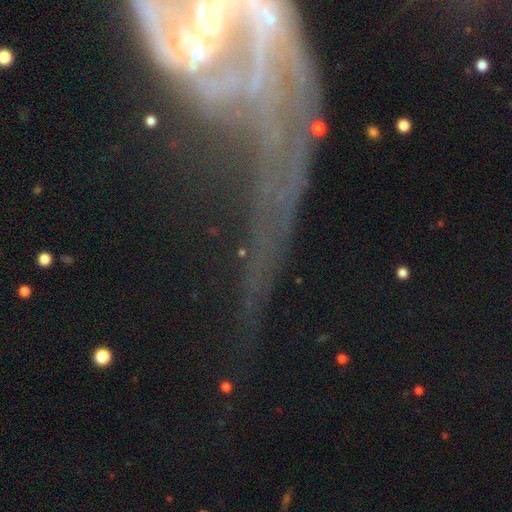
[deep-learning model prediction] A featured or disk galaxy (72%) with no bar (41%), spiral arms (73%) and a small central bulge (48%).

Vote fractions:
- Smooth or featured? featured or disk: 72% / star or artifact: 17% / smooth: 11%
- Edge-on disk? no: 86% / yes: 14%
- Bar? no: 41% / strong: 30% / weak: 29%
- Spiral arms? yes: 73% / no: 27%
- Bulge size? small: 48% / moderate: 33% / none: 8% / large: 6% / dominant: 4%
- Merging? major disturbance: 38% / none: 32% / merger: 15% / minor disturbance: 15%